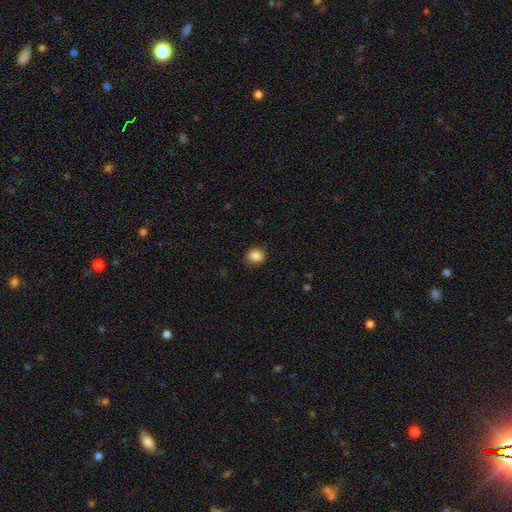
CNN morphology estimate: smooth-or-featured: smooth: 86% | star or artifact: 10% | featured or disk: 5%
  how-rounded: round: 69% | in between: 31% | cigar-shaped: 1%
  merging: none: 86% | minor disturbance: 10% | major disturbance: 2% | merger: 1%